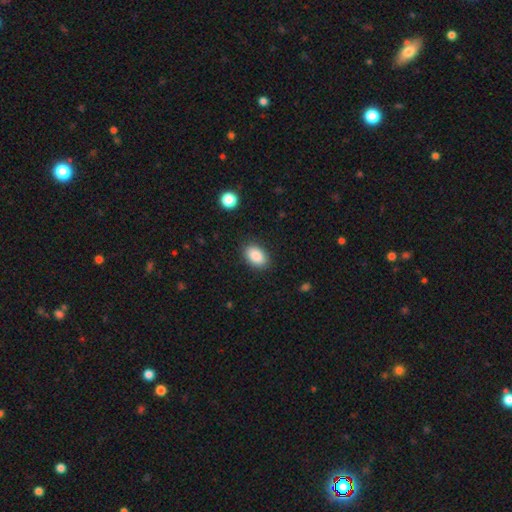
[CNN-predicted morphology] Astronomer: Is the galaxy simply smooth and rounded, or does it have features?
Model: smooth — 88%.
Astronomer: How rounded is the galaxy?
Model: in between — 88%.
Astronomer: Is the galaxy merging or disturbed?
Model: none — 88%.